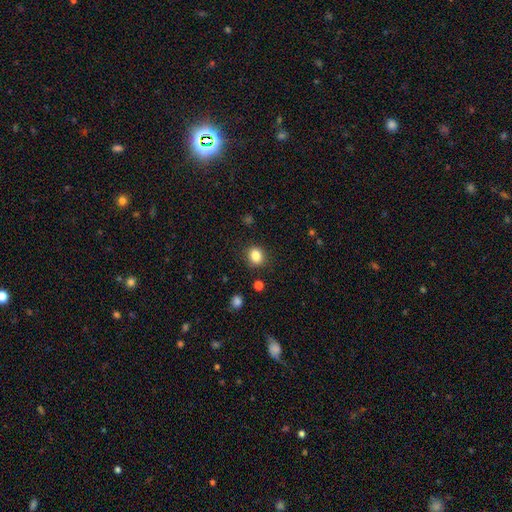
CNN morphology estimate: Overall: smooth (84%). How rounded: round (64%; in between 35%). Merging: none (87%).